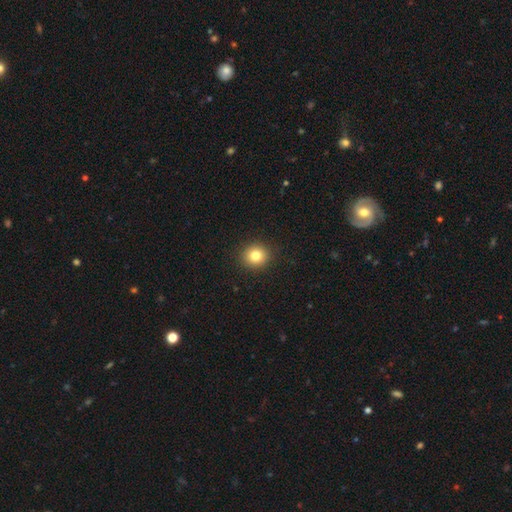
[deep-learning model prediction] smooth 81%, star or artifact 11%, featured or disk 7%. Down the decision tree: how rounded — round (86%); merging — none (92%).